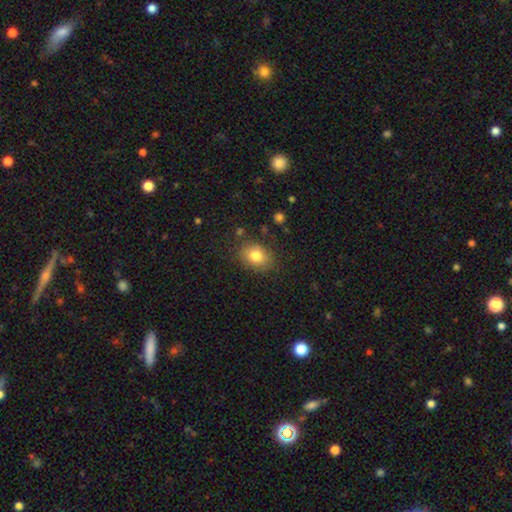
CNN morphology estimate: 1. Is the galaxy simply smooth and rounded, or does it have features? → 80% smooth, 10% featured or disk, 10% star or artifact.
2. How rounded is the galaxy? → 54% in between, 45% round, 1% cigar-shaped.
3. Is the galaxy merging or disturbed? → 80% none, 14% minor disturbance, 4% major disturbance, 2% merger.